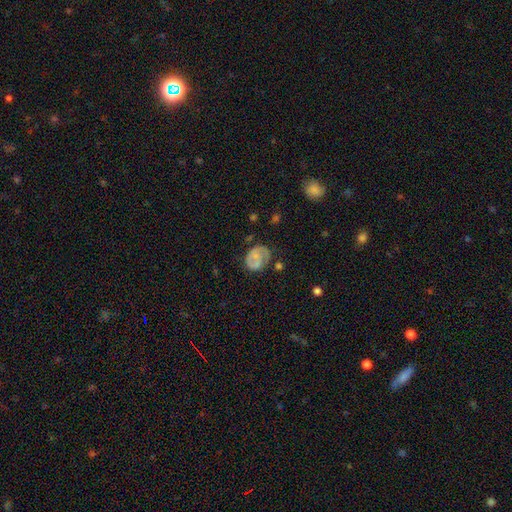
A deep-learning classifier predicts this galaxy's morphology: The model was most divided on "smooth or featured": featured or disk: 49%, smooth: 43%, star or artifact: 8%. More confident: merging — none (57%).